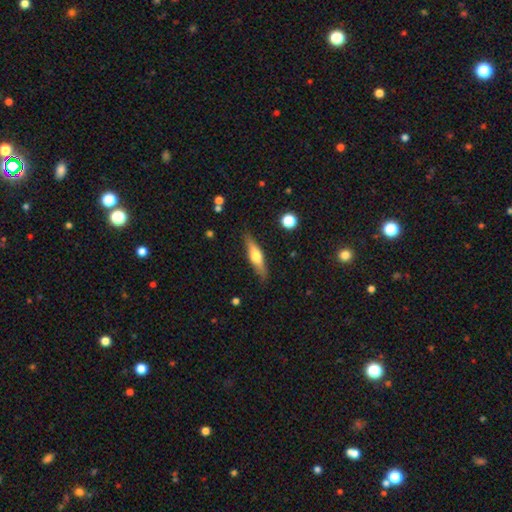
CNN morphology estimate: A featured or disk galaxy (47%, tied with smooth).

Vote fractions:
- Smooth or featured? featured or disk: 47% (tied) / smooth: 47% (tied) / star or artifact: 6%
- Merging? none: 84% / minor disturbance: 12% / major disturbance: 2% / merger: 1%